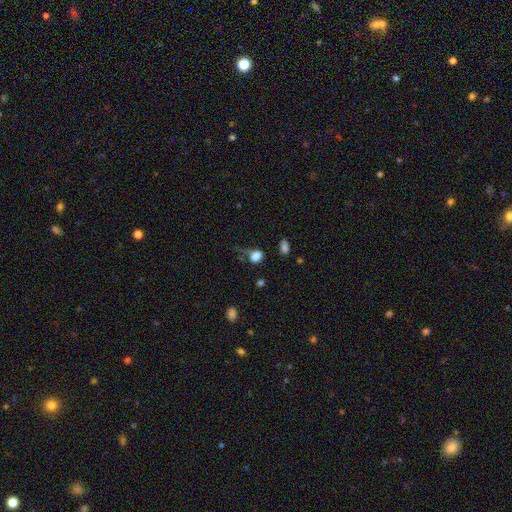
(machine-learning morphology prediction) This appears to be a smooth galaxy with no disk features (78%) that is in between round and cigar-shaped (50%). Merging: none (45%).